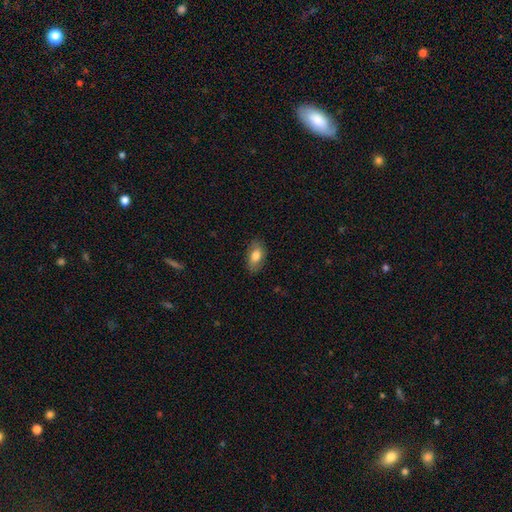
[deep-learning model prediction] Overall: smooth (79%). How rounded: in between (90%). Merging: none (83%).